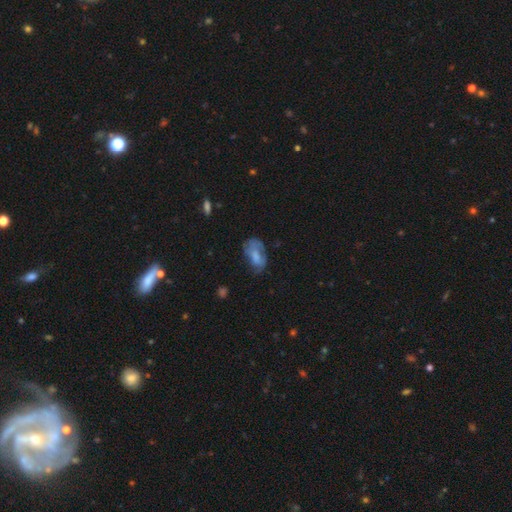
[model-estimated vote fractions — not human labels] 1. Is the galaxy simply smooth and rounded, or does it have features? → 58% smooth, 33% featured or disk, 9% star or artifact.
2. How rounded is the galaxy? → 90% in between, 7% round, 3% cigar-shaped.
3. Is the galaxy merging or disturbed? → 41% none, 31% minor disturbance, 25% major disturbance, 3% merger.